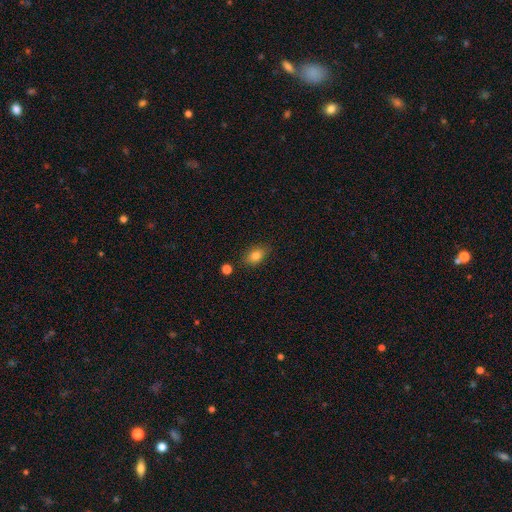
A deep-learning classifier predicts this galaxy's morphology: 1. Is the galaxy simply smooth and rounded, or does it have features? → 81% smooth, 10% star or artifact, 9% featured or disk.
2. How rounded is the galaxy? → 81% in between, 16% round, 3% cigar-shaped.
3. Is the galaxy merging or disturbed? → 82% none, 13% minor disturbance, 3% merger, 3% major disturbance.